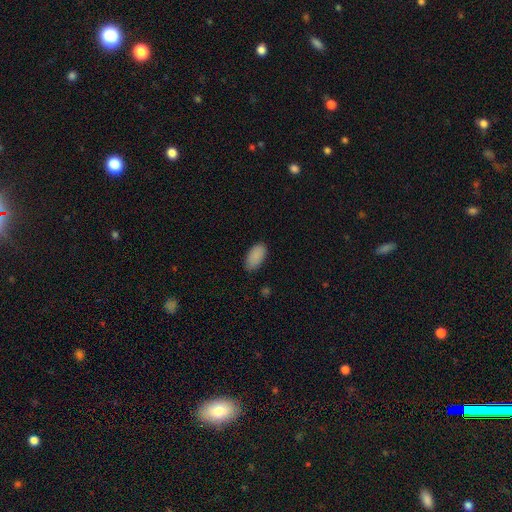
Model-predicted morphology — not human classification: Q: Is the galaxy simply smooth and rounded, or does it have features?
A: smooth — 89%.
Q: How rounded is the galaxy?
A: in between — 94%.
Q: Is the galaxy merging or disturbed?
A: none — 82%.